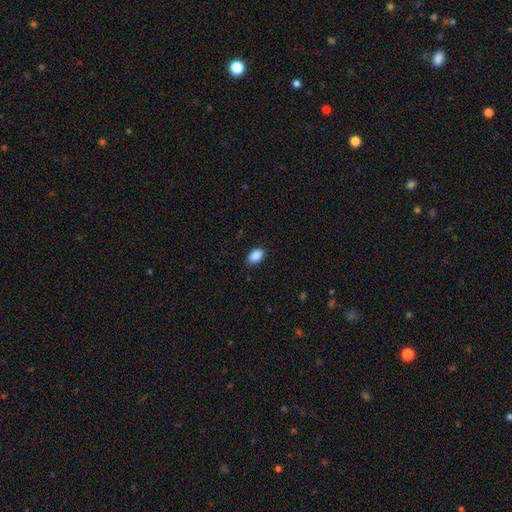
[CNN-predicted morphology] Smooth or featured?
  - smooth: 90% *
  - star or artifact: 8%
  - featured or disk: 3%
How rounded?
  - in between: 87% *
  - round: 12%
  - cigar-shaped: 1%
Merging?
  - none: 85% *
  - minor disturbance: 12%
  - major disturbance: 2%
  - merger: 1%